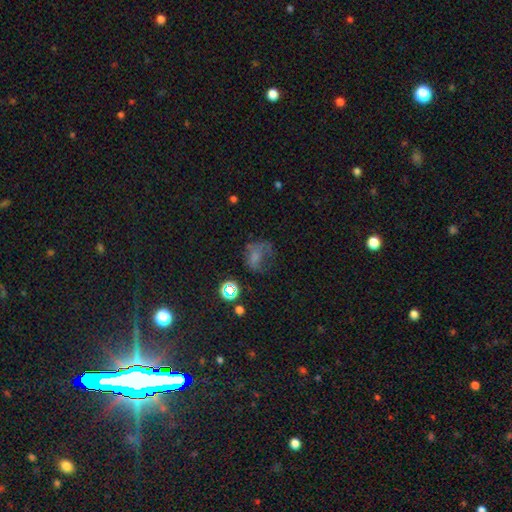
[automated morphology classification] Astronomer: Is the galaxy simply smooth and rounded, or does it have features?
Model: smooth — 48% (runner-up: featured or disk, 27%).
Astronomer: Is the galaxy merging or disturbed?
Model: major disturbance — 37% (runner-up: none, 36%).